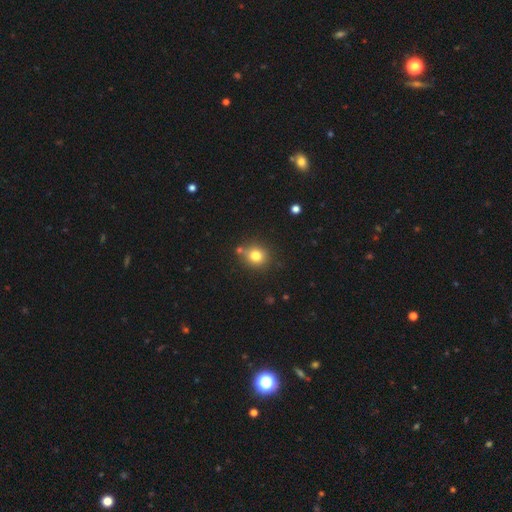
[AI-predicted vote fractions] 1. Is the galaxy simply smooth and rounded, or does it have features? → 79% smooth, 13% star or artifact, 9% featured or disk.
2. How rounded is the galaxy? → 84% round, 15% in between, 1% cigar-shaped.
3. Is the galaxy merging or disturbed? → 75% none, 11% minor disturbance, 11% merger, 3% major disturbance.